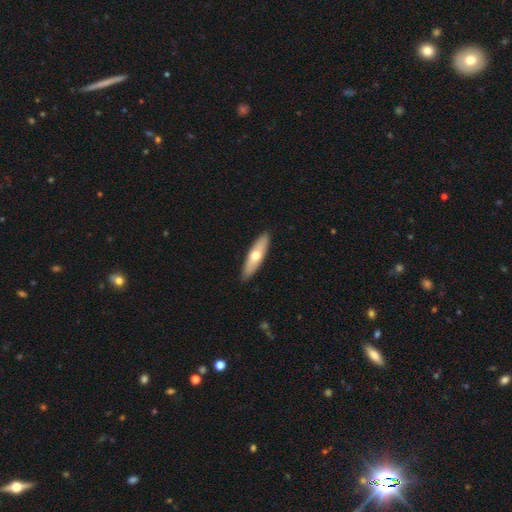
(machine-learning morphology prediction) smooth-or-featured: smooth: 56% | featured or disk: 39% | star or artifact: 5%
  how-rounded: cigar-shaped: 57% | in between: 41% | round: 2%
  merging: none: 90% | minor disturbance: 8% | major disturbance: 2% | merger: 1%